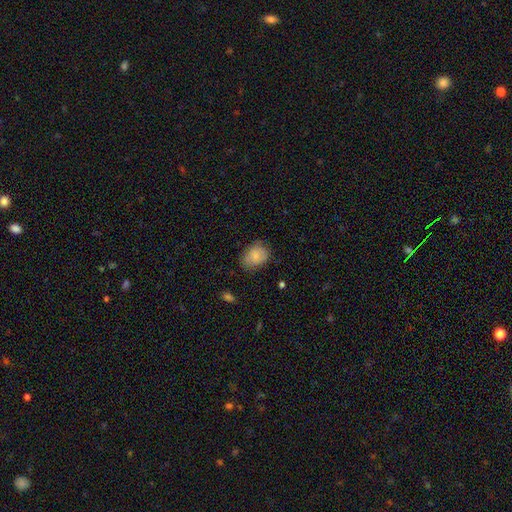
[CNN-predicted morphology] A smooth galaxy with no disk features (80%) that is in between round and cigar-shaped (64%).

Vote fractions:
- Smooth or featured? smooth: 80% / featured or disk: 12% / star or artifact: 8%
- How rounded? in between: 64% / round: 35% / cigar-shaped: 1%
- Merging? none: 70% / minor disturbance: 22% / major disturbance: 6% / merger: 1%